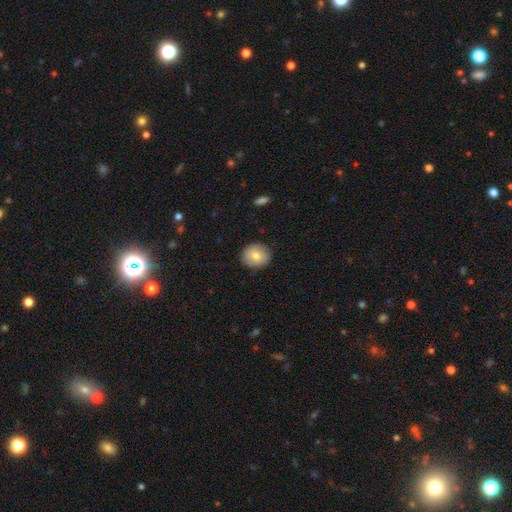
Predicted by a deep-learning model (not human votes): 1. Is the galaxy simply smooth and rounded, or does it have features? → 79% smooth, 14% featured or disk, 7% star or artifact.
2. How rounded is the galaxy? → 70% round, 29% in between, 1% cigar-shaped.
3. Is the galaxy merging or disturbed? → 87% none, 10% minor disturbance, 2% major disturbance, 1% merger.